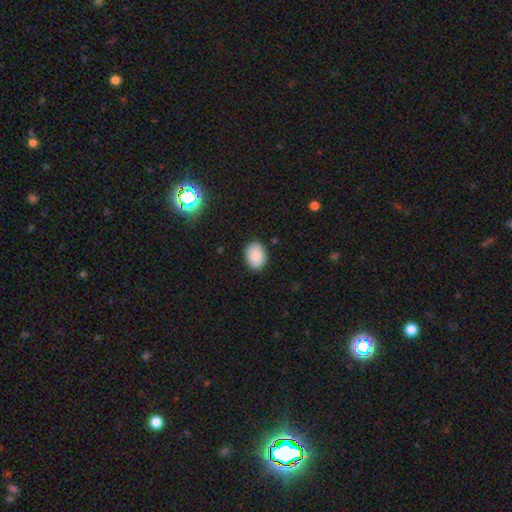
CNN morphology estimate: smooth-or-featured: smooth: 88% | star or artifact: 8% | featured or disk: 4%
  how-rounded: in between: 74% | round: 25% | cigar-shaped: 1%
  merging: none: 87% | minor disturbance: 10% | major disturbance: 2% | merger: 1%